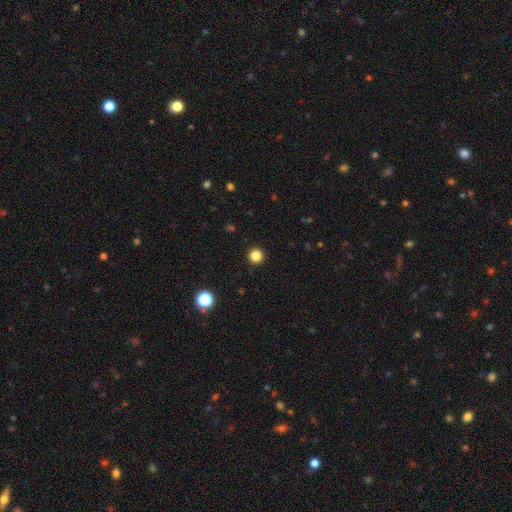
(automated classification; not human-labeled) smooth 84%, star or artifact 13%, featured or disk 4%. Down the decision tree: how rounded — round (96%); merging — none (94%).